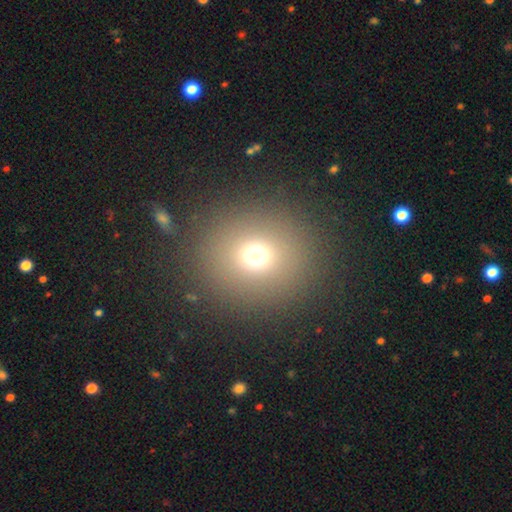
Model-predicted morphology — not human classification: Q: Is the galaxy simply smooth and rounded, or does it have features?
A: smooth — 69%.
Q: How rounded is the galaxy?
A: round — 86%.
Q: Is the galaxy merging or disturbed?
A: none — 87%.